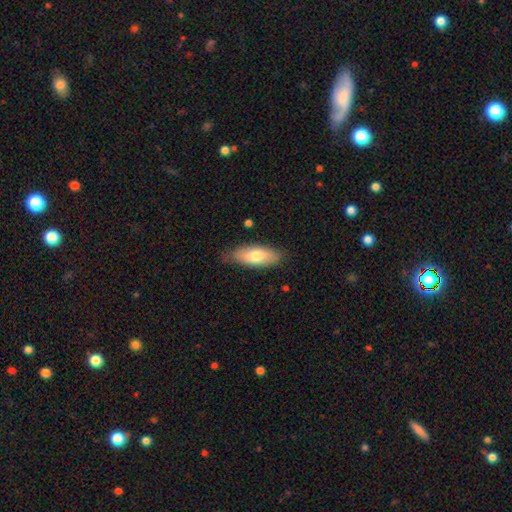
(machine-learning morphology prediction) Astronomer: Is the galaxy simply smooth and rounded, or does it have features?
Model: smooth — 72%.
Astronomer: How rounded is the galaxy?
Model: in between — 75%.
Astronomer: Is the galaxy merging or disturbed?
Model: none — 78%.